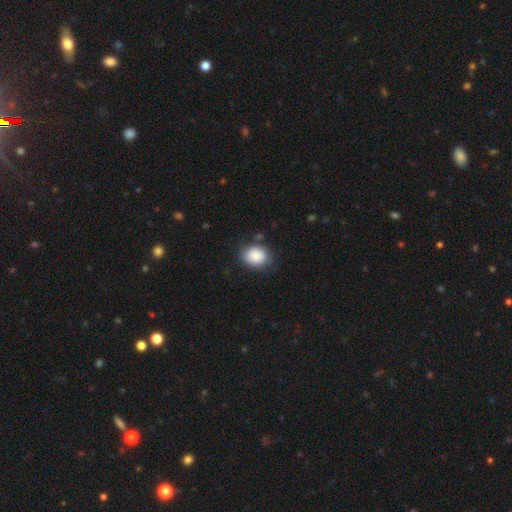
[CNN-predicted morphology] This is clearly a smooth galaxy (87%). How rounded: possibly round (50%). Merging: likely none (75%).